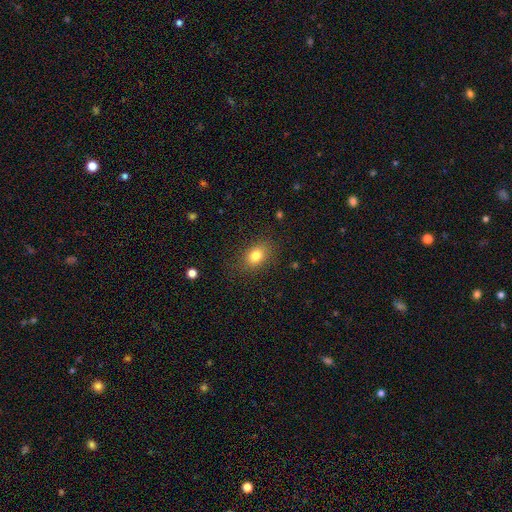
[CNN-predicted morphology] The model was most divided on "how rounded": in between: 68%, round: 30%, cigar-shaped: 1%. More confident: merging — none (82%); smooth or featured — smooth (81%).